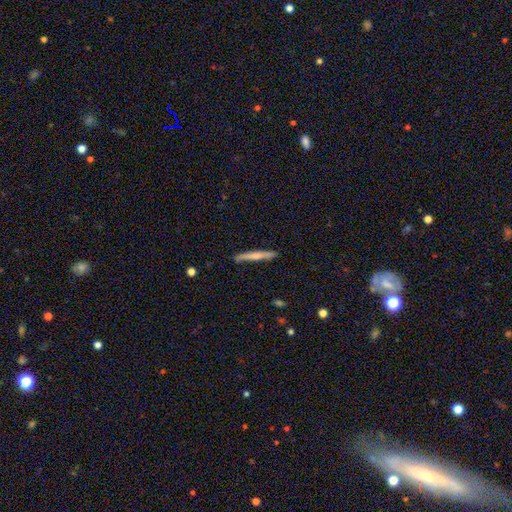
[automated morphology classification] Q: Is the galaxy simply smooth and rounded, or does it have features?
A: smooth — 57%.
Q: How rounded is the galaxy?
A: cigar-shaped — 96%.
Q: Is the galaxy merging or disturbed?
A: none — 86%.